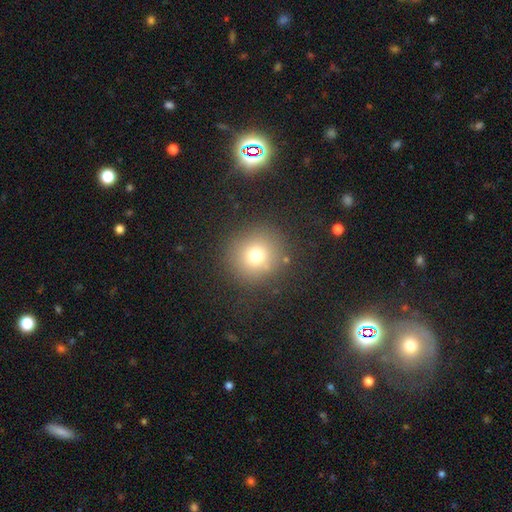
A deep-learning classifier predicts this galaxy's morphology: smooth-or-featured: smooth: 74% | star or artifact: 16% | featured or disk: 10%
  how-rounded: round: 93% | in between: 6% | cigar-shaped: 1%
  merging: none: 86% | minor disturbance: 8% | major disturbance: 4% | merger: 2%